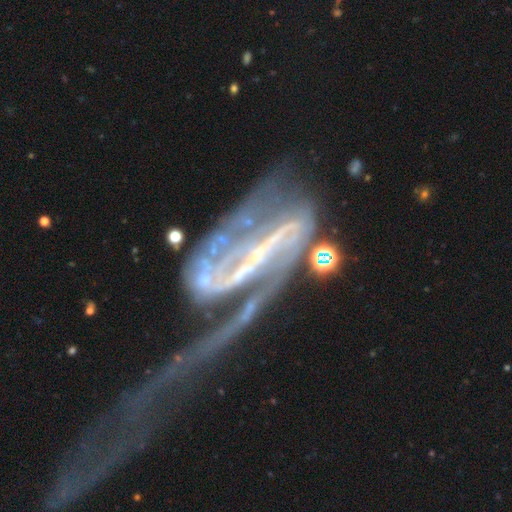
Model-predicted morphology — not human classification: Q: Smooth or featured?
A: featured or disk (88%); runner-up: star or artifact (6%)
Q: Edge-on disk?
A: no (93%); runner-up: yes (7%)
Q: Bar?
A: strong (62%); runner-up: weak (24%)
Q: Spiral arms?
A: yes (92%); runner-up: no (8%)
Q: Spiral winding?
A: loose (44%); runner-up: medium (36%)
Q: Spiral arm count?
A: 2 (68%); runner-up: 1 (14%)
Q: Bulge size?
A: small (61%); runner-up: none (23%)
Q: Merging?
A: major disturbance (55%); runner-up: merger (18%)